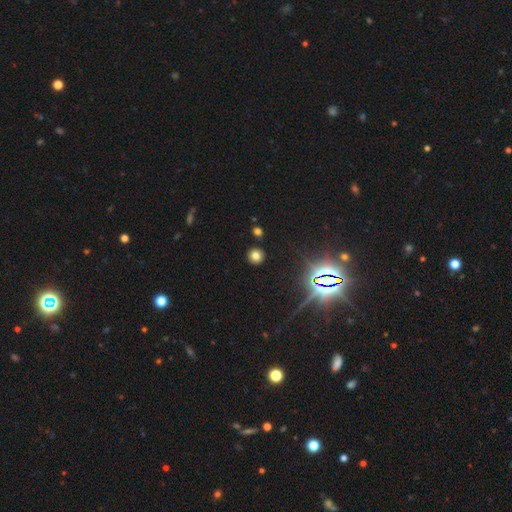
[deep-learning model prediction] smooth-or-featured: smooth: 72% | star or artifact: 20% | featured or disk: 8%
  how-rounded: round: 92% | in between: 7% | cigar-shaped: 1%
  merging: none: 89% | minor disturbance: 6% | merger: 3% | major disturbance: 2%